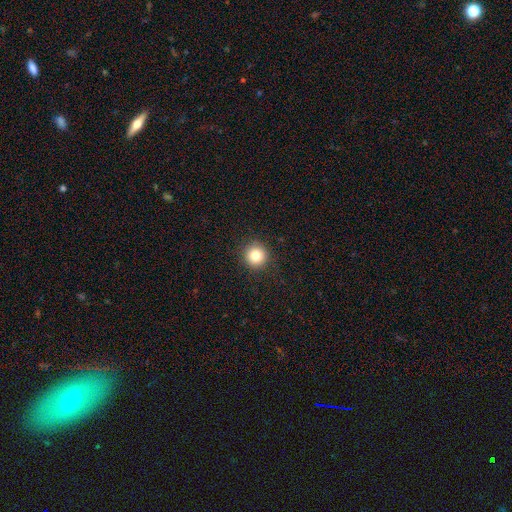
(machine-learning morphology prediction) Smooth or featured?
  - smooth: 82% *
  - star or artifact: 11%
  - featured or disk: 7%
How rounded?
  - round: 95% *
  - in between: 4%
  - cigar-shaped: 1%
Merging?
  - none: 92% *
  - minor disturbance: 5%
  - major disturbance: 2%
  - merger: 1%